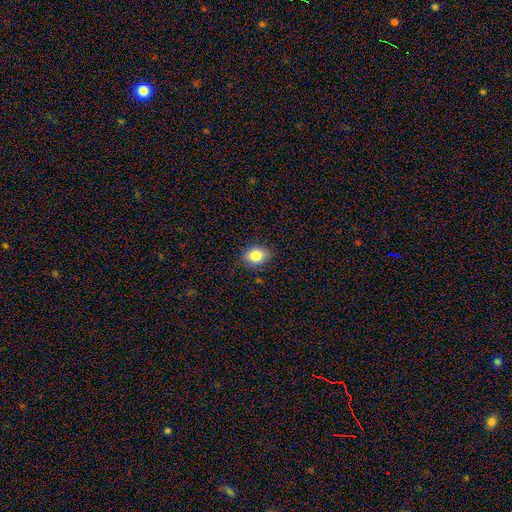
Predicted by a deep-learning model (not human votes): This appears to be a smooth galaxy with no disk features (84%) that is in between round and cigar-shaped (73%). Merging: none (84%).